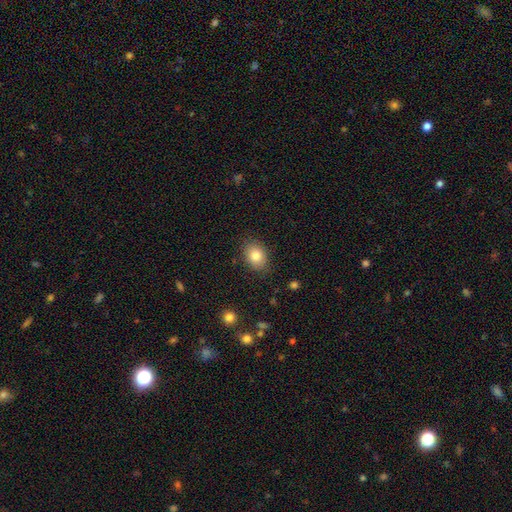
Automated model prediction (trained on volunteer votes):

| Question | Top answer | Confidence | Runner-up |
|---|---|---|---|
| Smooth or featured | smooth | 83% | star or artifact (9%) |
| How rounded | in between | 62% | round (37%) |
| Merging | none | 84% | minor disturbance (12%) |